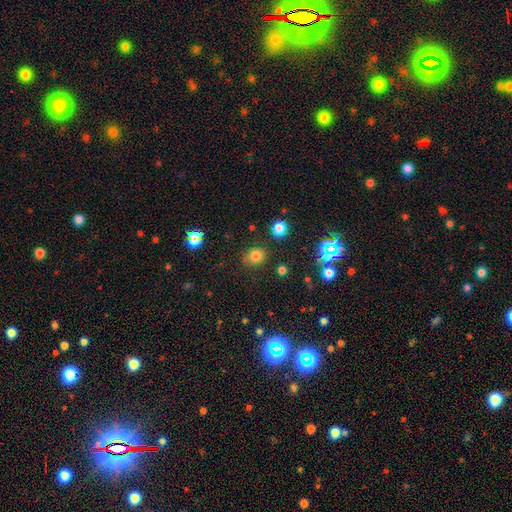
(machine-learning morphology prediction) type=smooth (76%); roundness=round (79%); merging=none (81%).